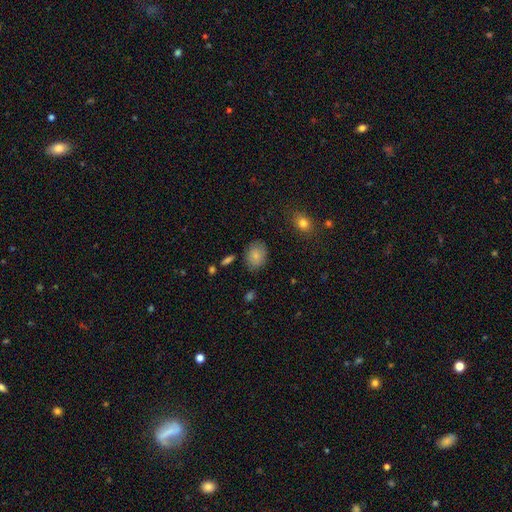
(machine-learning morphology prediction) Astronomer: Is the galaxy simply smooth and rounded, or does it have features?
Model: smooth — 81%.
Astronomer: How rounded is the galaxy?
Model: in between — 62% (runner-up: round, 37%).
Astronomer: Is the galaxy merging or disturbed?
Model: none — 81%.